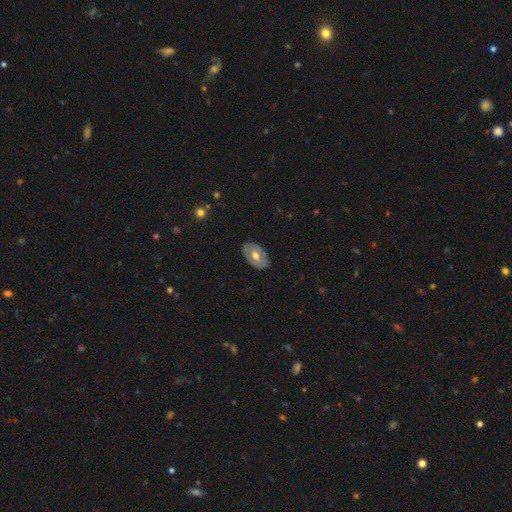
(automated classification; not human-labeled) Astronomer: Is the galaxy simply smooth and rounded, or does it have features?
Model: featured or disk — 51% (runner-up: smooth, 43%).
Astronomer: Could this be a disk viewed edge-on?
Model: no — 89%.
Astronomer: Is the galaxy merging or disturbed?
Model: none — 80%.